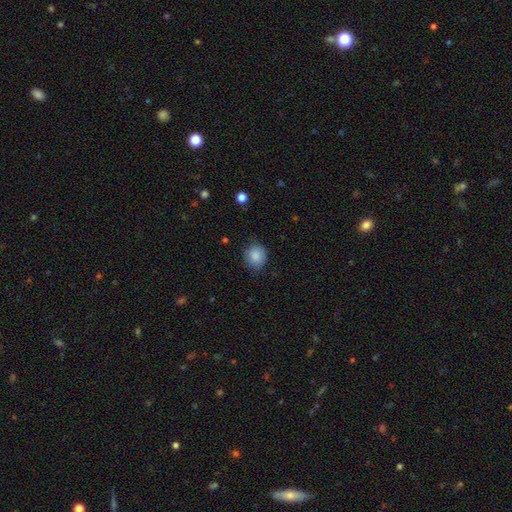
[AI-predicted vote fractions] The model was most divided on "how rounded": round: 79%, in between: 20%, cigar-shaped: 1%. More confident: smooth or featured — smooth (87%); merging — none (81%).